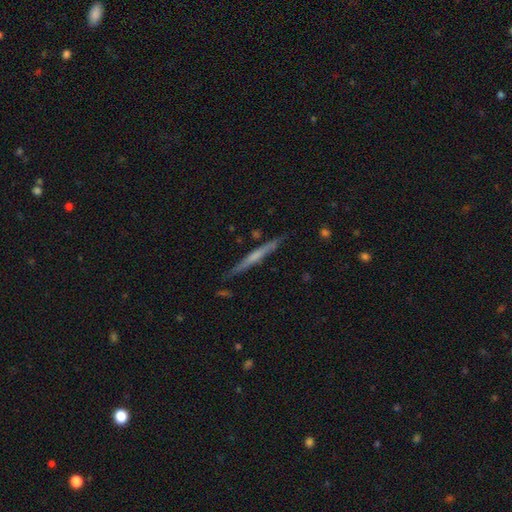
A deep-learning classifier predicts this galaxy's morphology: The model was most divided on "smooth or featured": featured or disk: 58%, smooth: 36%, star or artifact: 6%. More confident: edge-on disk — yes (96%); merging — none (85%); edge-on bulge — none (62%).